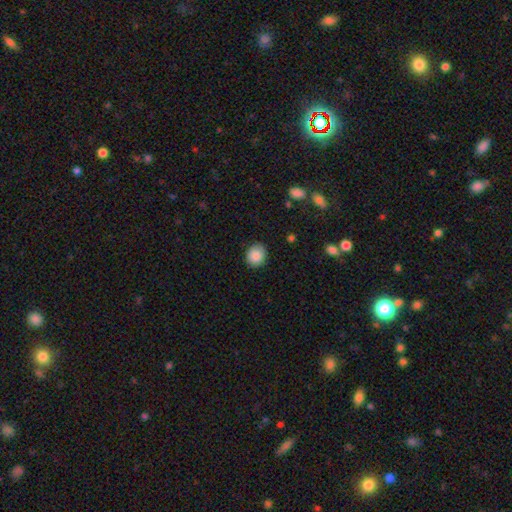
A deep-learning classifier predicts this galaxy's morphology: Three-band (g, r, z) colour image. It shows a smooth galaxy with no disk features (88%) that is round (69%). Merging: none (87%).